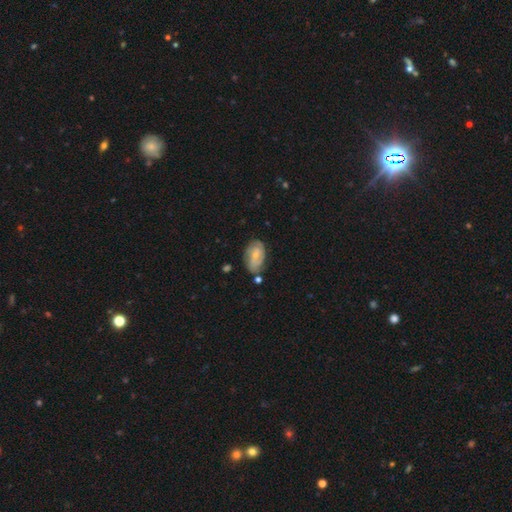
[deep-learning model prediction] Morphology: type=featured or disk (48%); merging=none (63%).